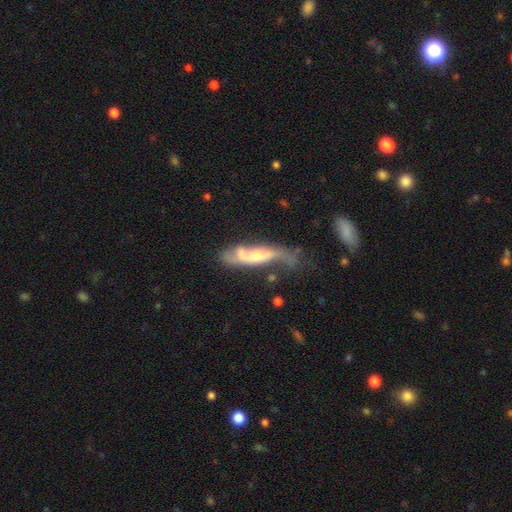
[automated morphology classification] smooth_or_featured: featured or disk (p=0.69) [alt: smooth p=0.25]
disk_edge_on: no (p=0.71) [alt: yes p=0.29]
merging: none (p=0.36) [alt: minor disturbance p=0.26]